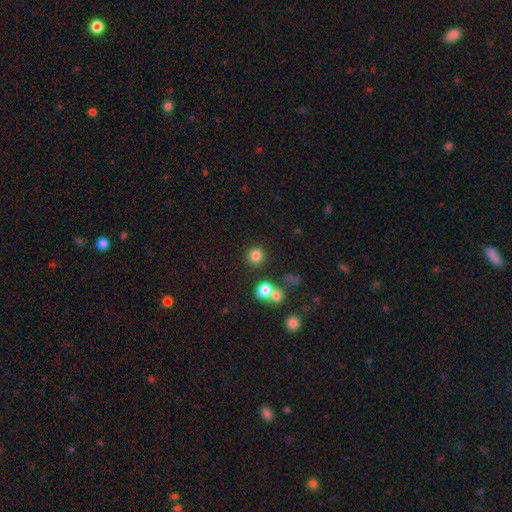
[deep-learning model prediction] Q: Smooth or featured?
A: smooth (81%); runner-up: star or artifact (13%)
Q: How rounded?
A: round (92%); runner-up: in between (7%)
Q: Merging?
A: none (83%); runner-up: merger (7%)